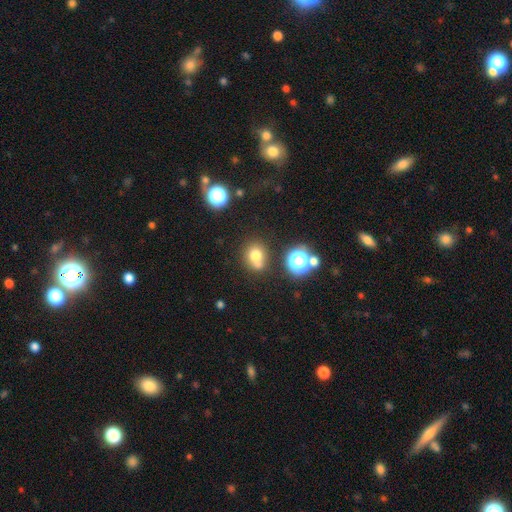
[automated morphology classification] Smooth or featured? Predicted: smooth (p=0.71). How rounded? Predicted: round (p=0.74). Merging? Predicted: none (p=0.58).